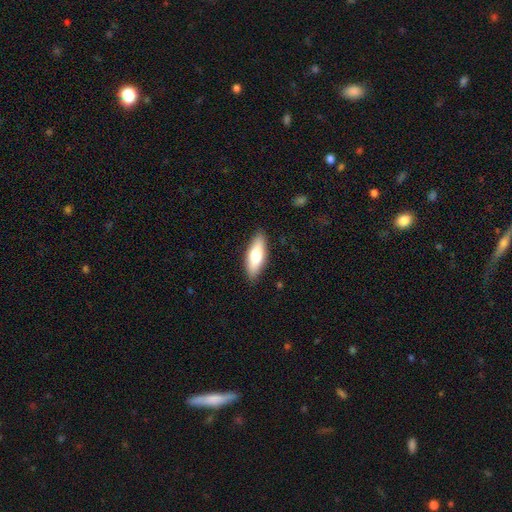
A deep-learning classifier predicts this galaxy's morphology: Overall: smooth (67%). How rounded: in between (62%; cigar-shaped 36%). Merging: none (88%).